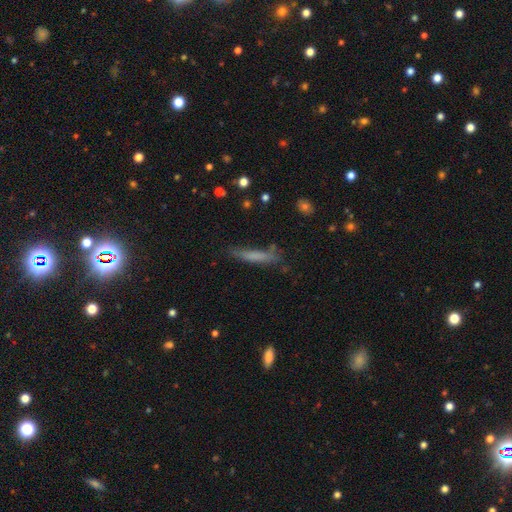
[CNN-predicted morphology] A smooth galaxy with no disk features (66%) that is cigar-shaped (91%).

Vote fractions:
- Smooth or featured? smooth: 66% / featured or disk: 24% / star or artifact: 10%
- How rounded? cigar-shaped: 91% / in between: 8% / round: 2%
- Merging? none: 66% / minor disturbance: 23% / major disturbance: 8% / merger: 4%